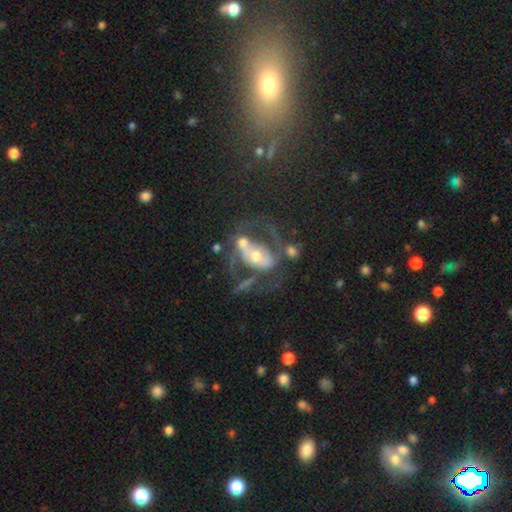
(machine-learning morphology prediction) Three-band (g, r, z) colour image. It shows a featured or disk galaxy (70%) with no bar (51%), spiral arms (57%) and a moderate central bulge (62%). Merging: none (32%).